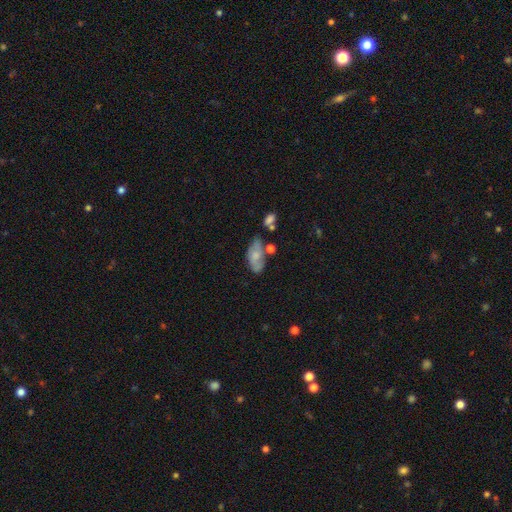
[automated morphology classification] Overall: smooth (57%; featured or disk 35%). How rounded: in between (91%). Merging: none (44%; minor disturbance 29%).